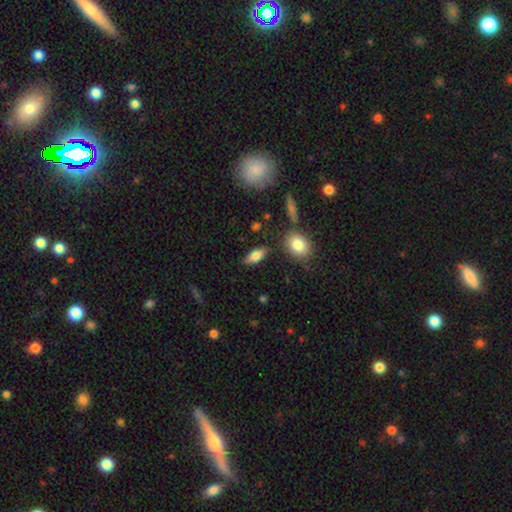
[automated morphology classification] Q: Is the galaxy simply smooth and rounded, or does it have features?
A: smooth — 75%.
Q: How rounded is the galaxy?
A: in between — 81%.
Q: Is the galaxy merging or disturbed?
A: none — 79%.